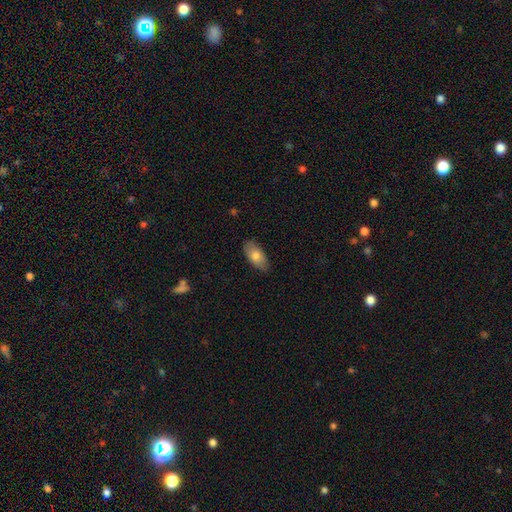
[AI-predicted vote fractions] A smooth galaxy with no disk features (77%) that is in between round and cigar-shaped (91%). Merging: none (84%).